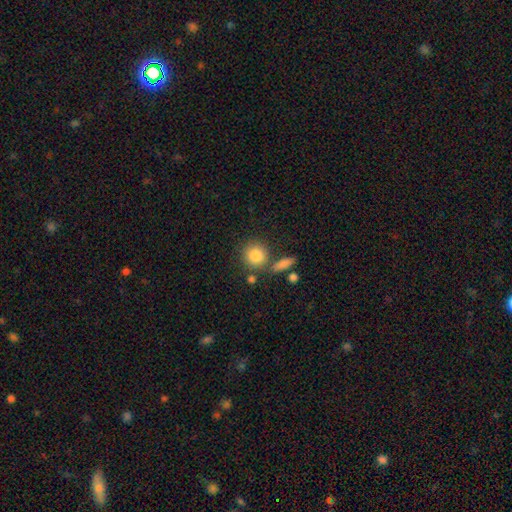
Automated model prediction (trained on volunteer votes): Overall: smooth (84%). How rounded: round (86%). Merging: none (72%).